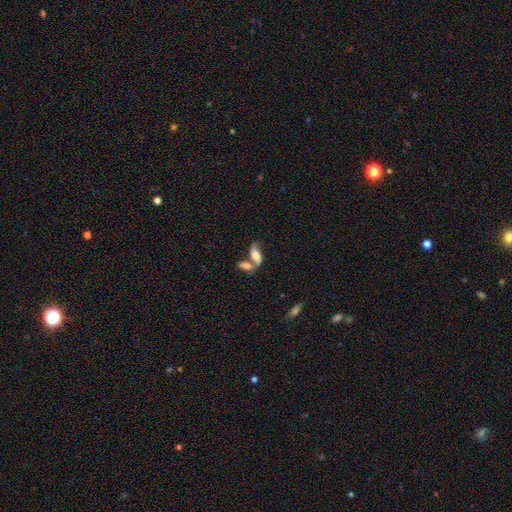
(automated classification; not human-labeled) Smooth or featured?
  - smooth: 55% *
  - featured or disk: 35%
  - star or artifact: 10%
How rounded?
  - in between: 81% *
  - cigar-shaped: 14%
  - round: 5%
Merging?
  - merger: 52% *
  - none: 28%
  - minor disturbance: 12%
  - major disturbance: 8%